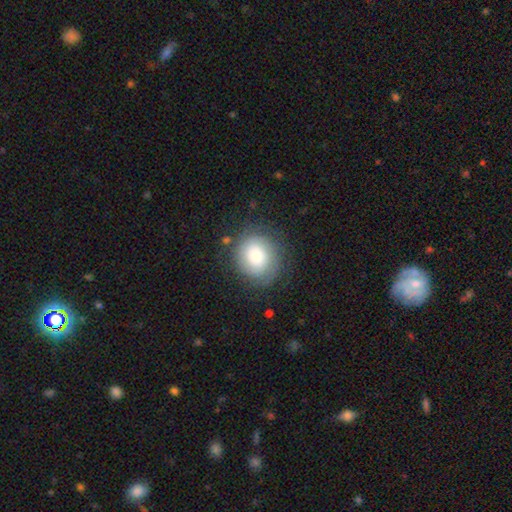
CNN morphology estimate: smooth 62%, featured or disk 29%, star or artifact 9%. Down the decision tree: how rounded — round (76%); merging — none (75%).